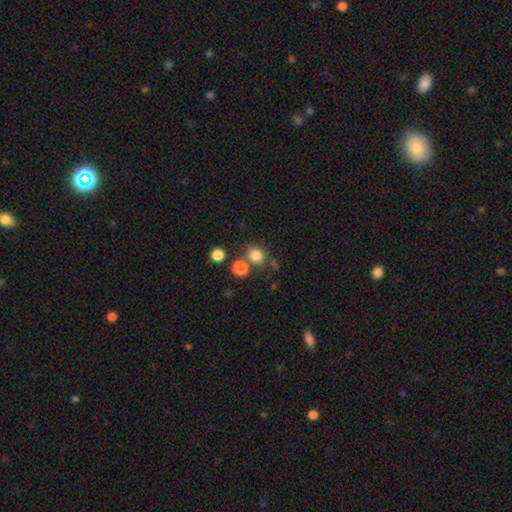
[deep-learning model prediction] A smooth galaxy with no disk features (81%) that is round (80%). Merging: none (72%).